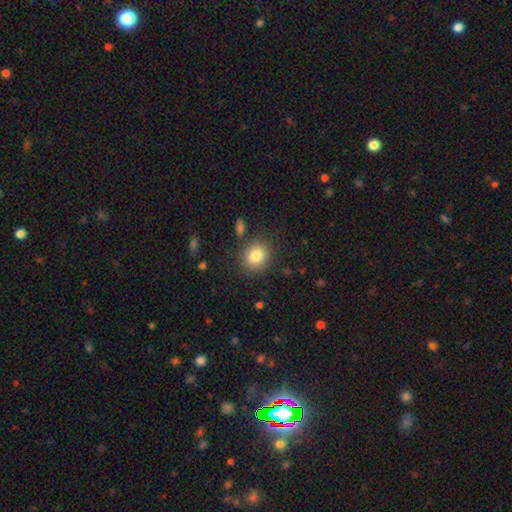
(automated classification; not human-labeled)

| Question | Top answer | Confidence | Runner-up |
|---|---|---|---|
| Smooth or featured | smooth | 82% | star or artifact (10%) |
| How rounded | round | 79% | in between (21%) |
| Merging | none | 85% | minor disturbance (9%) |